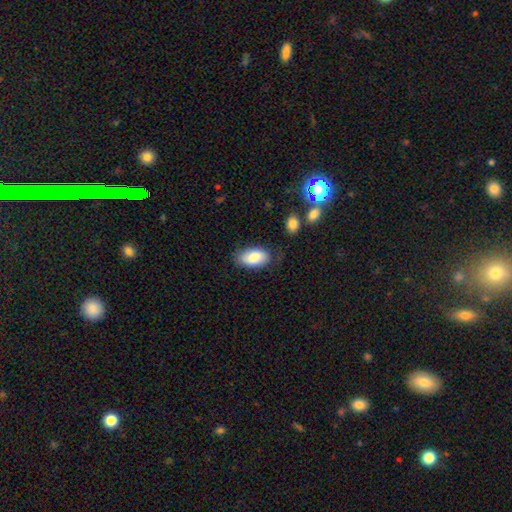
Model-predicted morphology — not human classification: type=smooth (81%); roundness=in between (94%); merging=none (73%).